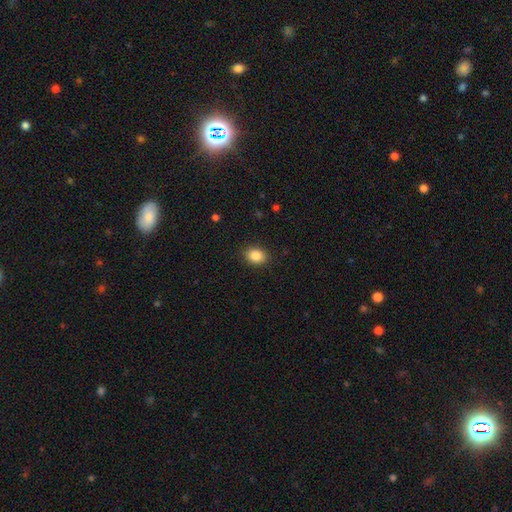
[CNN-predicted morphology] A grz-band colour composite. It shows a smooth galaxy with no disk features (86%) that is in between round and cigar-shaped (61%). Merging: none (89%).